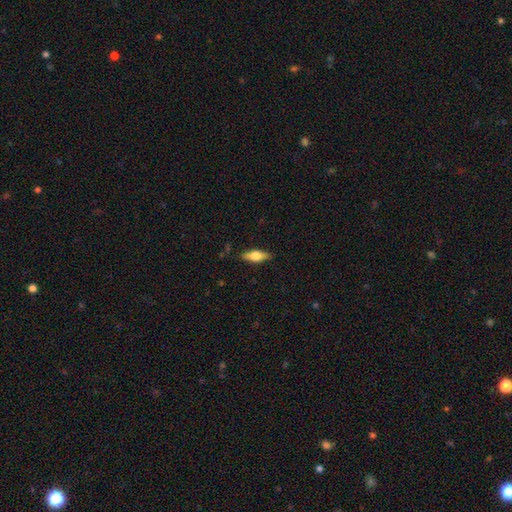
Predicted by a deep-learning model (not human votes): smooth 56%, featured or disk 38%, star or artifact 6%. Down the decision tree: how rounded — in between (62%); merging — none (86%).